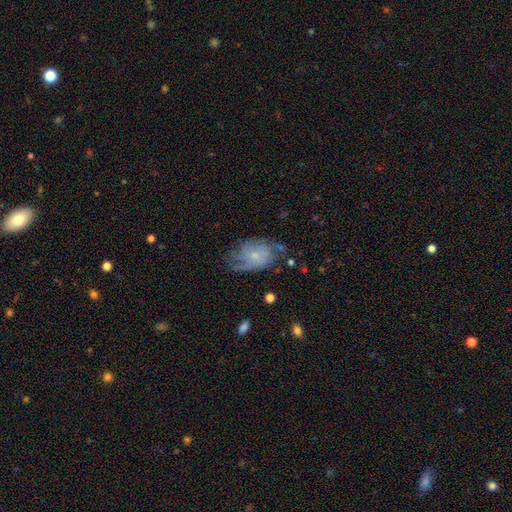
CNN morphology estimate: Smooth or featured? Predicted: featured or disk (p=0.58). Edge-on disk? Predicted: no (p=0.96). Bar? Predicted: no (p=0.77). Spiral arms? Predicted: yes (p=0.79). Bulge size? Predicted: small (p=0.68). Merging? Predicted: none (p=0.47).